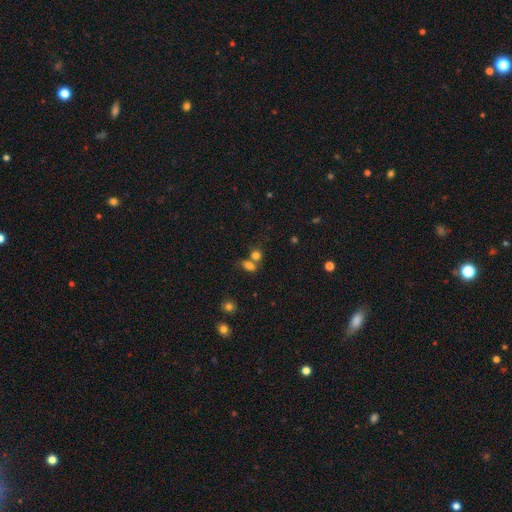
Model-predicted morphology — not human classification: Q: Smooth or featured?
A: smooth (76%); runner-up: star or artifact (15%)
Q: How rounded?
A: in between (51%); runner-up: round (46%)
Q: Merging?
A: merger (43%); tied with: none (43%)